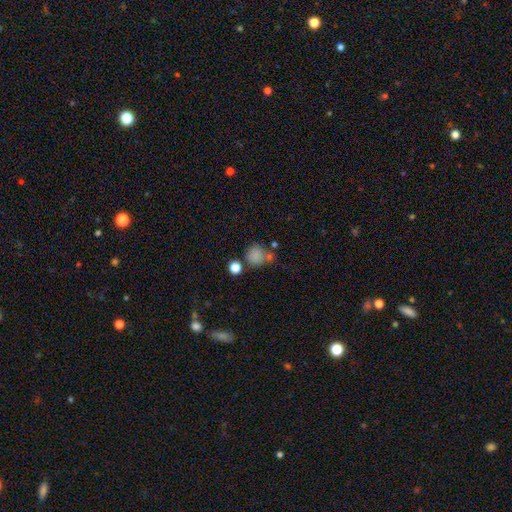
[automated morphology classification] type=smooth (80%); roundness=round (87%); merging=none (63%).